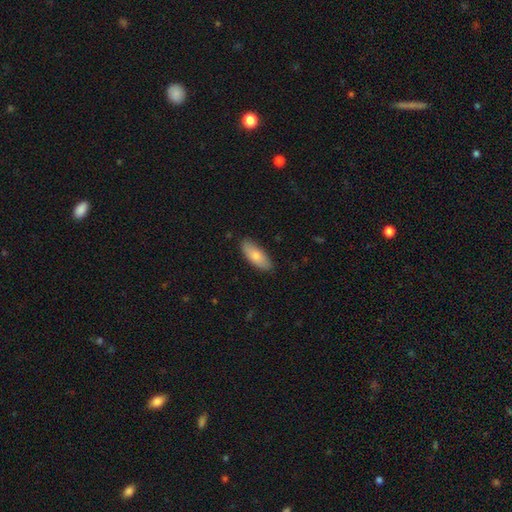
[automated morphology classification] Q: Smooth or featured?
A: smooth (79%); runner-up: featured or disk (15%)
Q: How rounded?
A: in between (79%); runner-up: cigar-shaped (19%)
Q: Merging?
A: none (85%); runner-up: minor disturbance (12%)